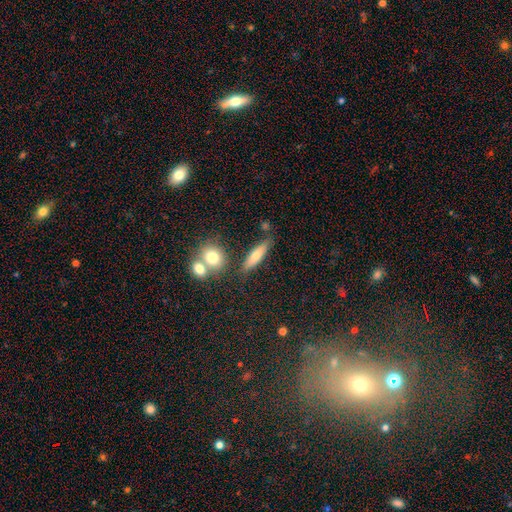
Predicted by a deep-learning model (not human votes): The model was most divided on "smooth or featured": smooth: 65%, featured or disk: 27%, star or artifact: 9%. More confident: merging — none (72%); how rounded — cigar-shaped (70%).